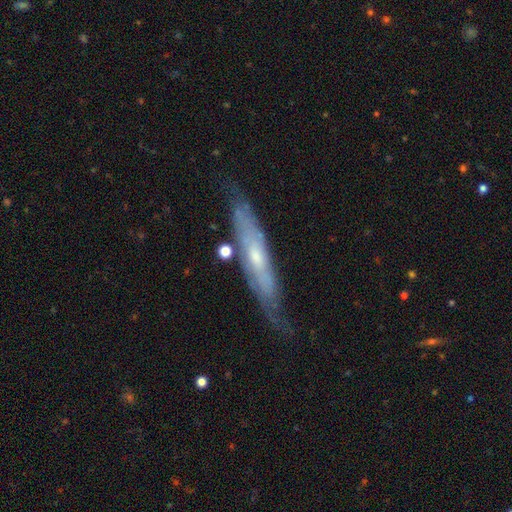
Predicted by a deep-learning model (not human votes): smooth_or_featured: featured or disk (p=0.69) [alt: smooth p=0.25]
disk_edge_on: yes (p=0.54) [alt: no p=0.46]
merging: none (p=0.63) [alt: minor disturbance p=0.23]